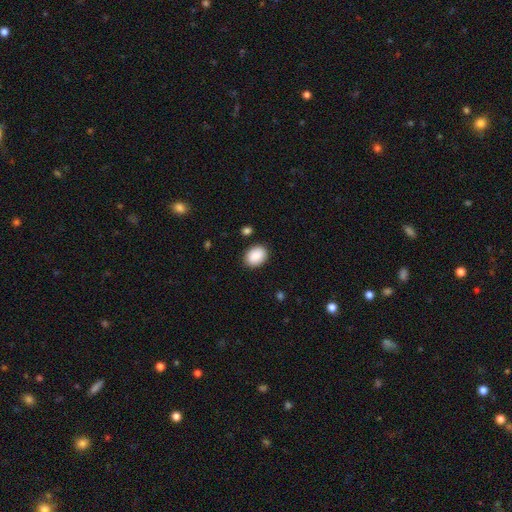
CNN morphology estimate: Smooth or featured: smooth — 88% (star or artifact — 7%)
How rounded: in between — 63% (round — 36%)
Merging: none — 87% (minor disturbance — 9%)